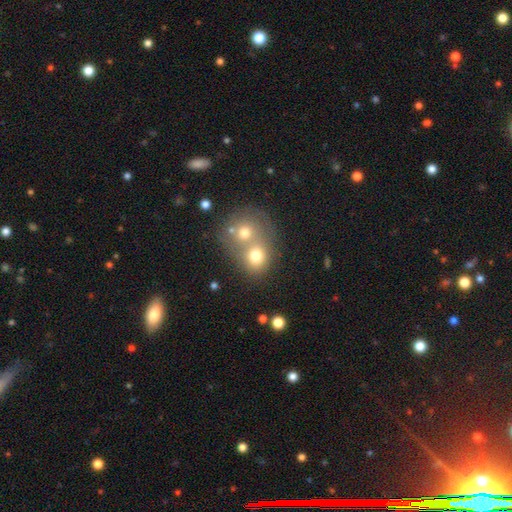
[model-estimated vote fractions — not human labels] smooth-or-featured: smooth: 69% | featured or disk: 18% | star or artifact: 12%
  how-rounded: round: 68% | in between: 31% | cigar-shaped: 1%
  merging: merger: 61% | none: 28% | minor disturbance: 7% | major disturbance: 4%